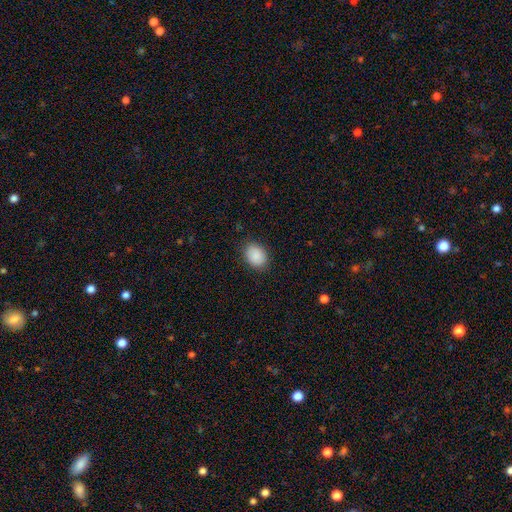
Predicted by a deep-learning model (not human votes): Smooth or featured? Predicted: smooth (p=0.90). How rounded? Predicted: in between (p=0.69). Merging? Predicted: none (p=0.86).